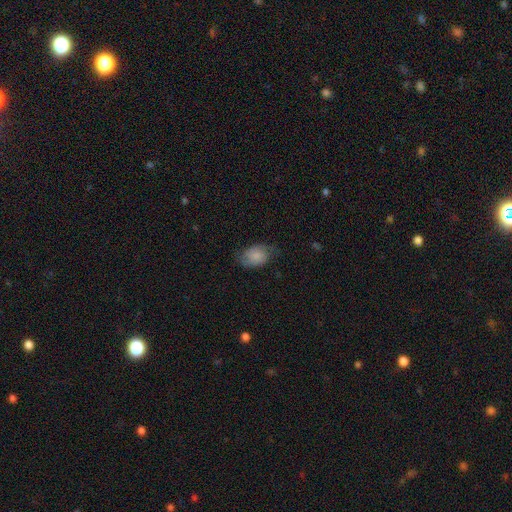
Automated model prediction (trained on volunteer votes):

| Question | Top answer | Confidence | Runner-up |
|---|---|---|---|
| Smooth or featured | smooth | 56% | featured or disk (36%) |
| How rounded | in between | 82% | round (17%) |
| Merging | none | 64% | minor disturbance (25%) |